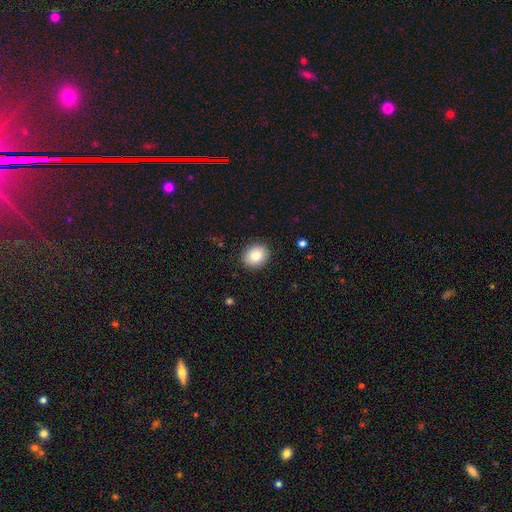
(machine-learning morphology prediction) smooth_or_featured: smooth (p=0.84) [alt: star or artifact p=0.08]
how_rounded: round (p=0.63) [alt: in between p=0.36]
merging: none (p=0.90) [alt: minor disturbance p=0.07]